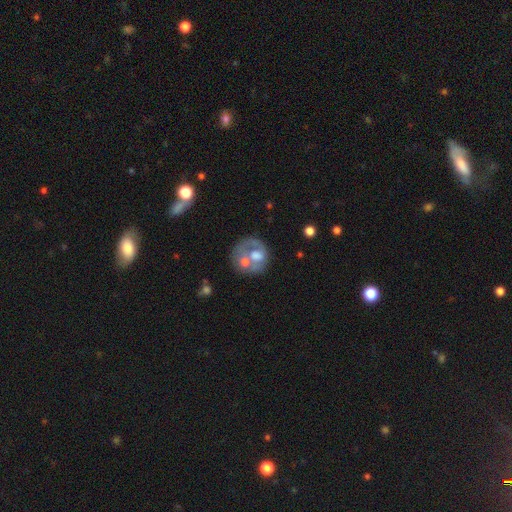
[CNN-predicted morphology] A featured or disk galaxy (51%) with no bar (86%), no spiral arms (77%) and a moderate central bulge (53%).

Vote fractions:
- Smooth or featured? featured or disk: 51% / smooth: 41% / star or artifact: 7%
- Edge-on disk? no: 98% / yes: 2%
- Bar? no: 86% / weak: 11% / strong: 3%
- Spiral arms? no: 77% / yes: 23%
- Bulge size? moderate: 53% / large: 19% / none: 13% / small: 11% / dominant: 3%
- Merging? none: 38% / merger: 31% / major disturbance: 16% / minor disturbance: 15%